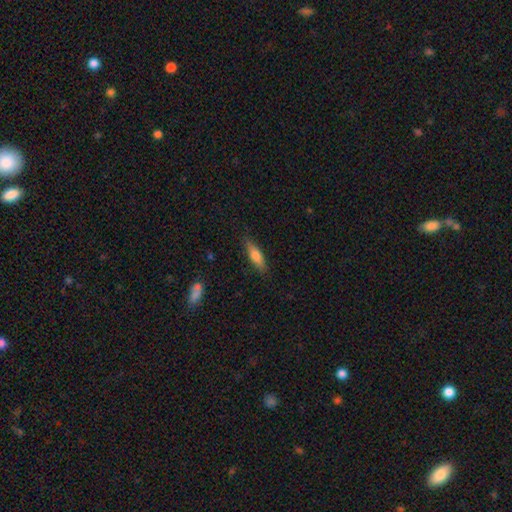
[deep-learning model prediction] Morphology: type=smooth (68%); roundness=cigar-shaped (62%); merging=none (83%).